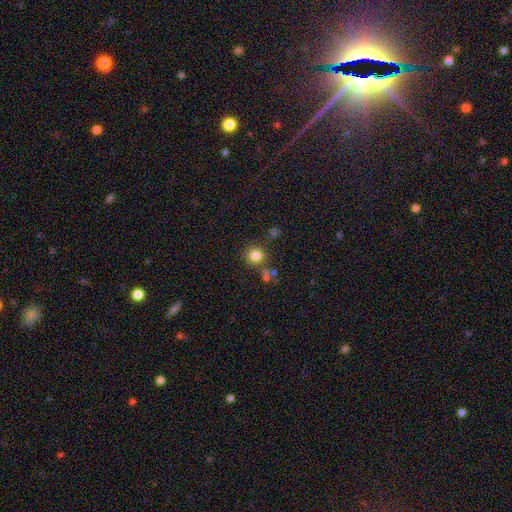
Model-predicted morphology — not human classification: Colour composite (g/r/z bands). It shows a smooth galaxy with no disk features (82%) that is round (91%). Merging: none (76%).